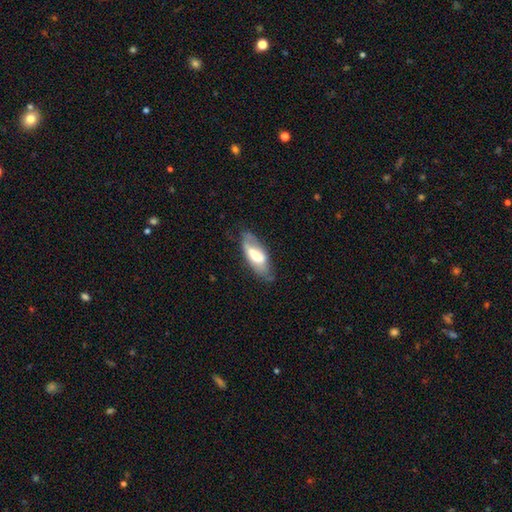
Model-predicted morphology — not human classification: Smooth or featured? Predicted: smooth (p=0.48). Merging? Predicted: none (p=0.60).